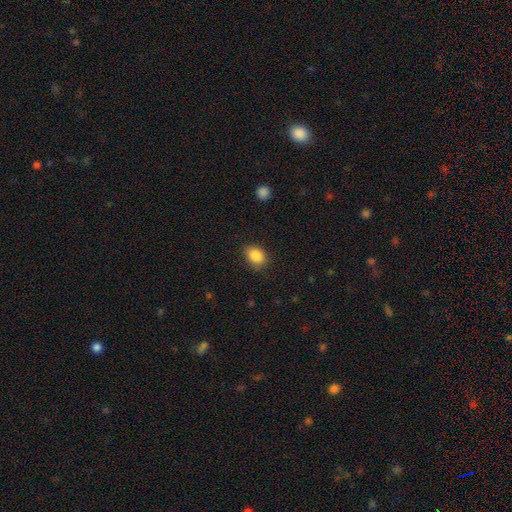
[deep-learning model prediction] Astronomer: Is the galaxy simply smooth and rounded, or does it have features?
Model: smooth — 87%.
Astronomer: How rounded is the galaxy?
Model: in between — 68%.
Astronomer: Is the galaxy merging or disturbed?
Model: none — 81%.